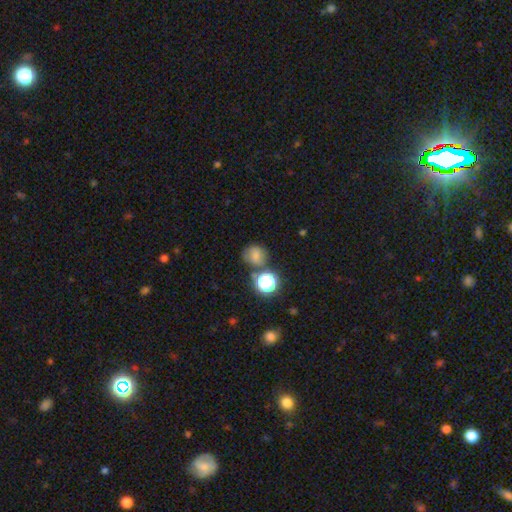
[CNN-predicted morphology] The model was most divided on "merging": none: 64%, minor disturbance: 17%, merger: 13%, major disturbance: 6%. More confident: how rounded — round (77%); smooth or featured — smooth (69%).